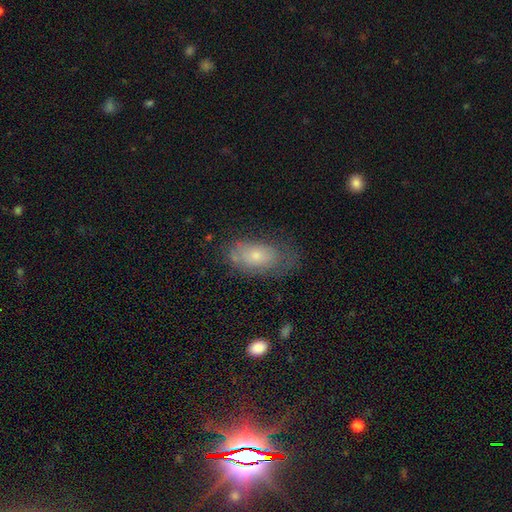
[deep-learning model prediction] A smooth galaxy with no disk features (63%) that is in between round and cigar-shaped (90%). Merging: none (55%).